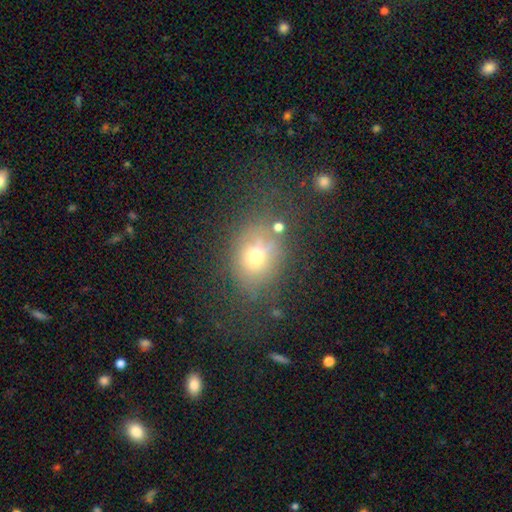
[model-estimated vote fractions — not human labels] smooth_or_featured: smooth (p=0.61) [alt: featured or disk p=0.23]
how_rounded: in between (p=0.59) [alt: round p=0.39]
merging: none (p=0.60) [alt: minor disturbance p=0.20]